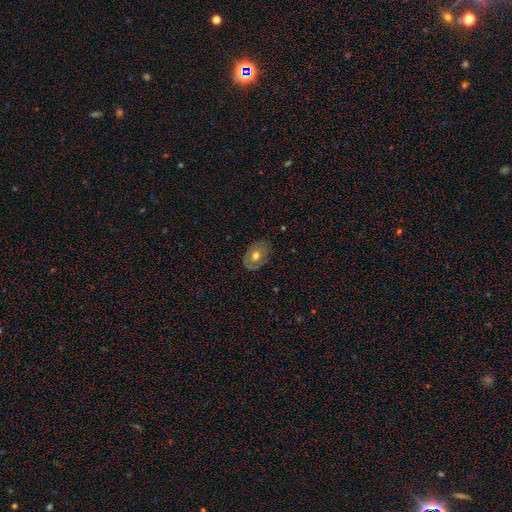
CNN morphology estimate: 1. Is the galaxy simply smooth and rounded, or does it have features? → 51% smooth, 42% featured or disk, 7% star or artifact.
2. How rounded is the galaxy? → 74% in between, 25% round, 1% cigar-shaped.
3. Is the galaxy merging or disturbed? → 79% none, 16% minor disturbance, 4% major disturbance, 1% merger.